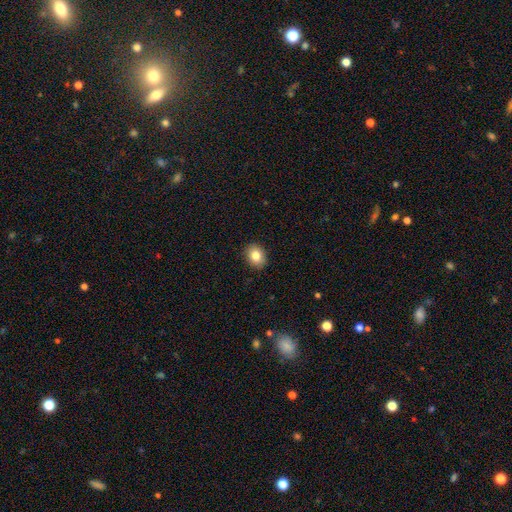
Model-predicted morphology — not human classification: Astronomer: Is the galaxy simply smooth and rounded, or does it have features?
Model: smooth — 82%.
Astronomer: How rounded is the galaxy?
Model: in between — 50% (runner-up: round, 49%).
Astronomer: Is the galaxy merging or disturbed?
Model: none — 90%.